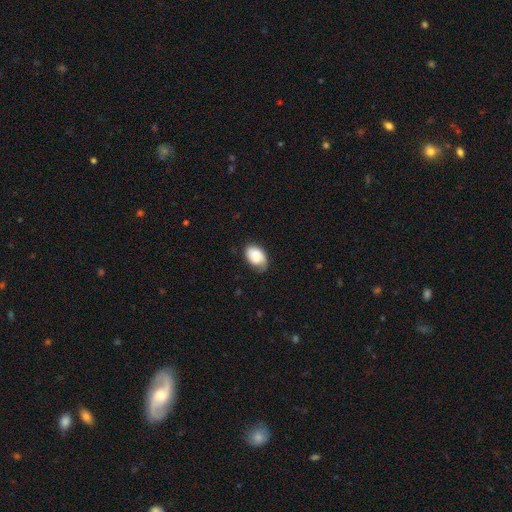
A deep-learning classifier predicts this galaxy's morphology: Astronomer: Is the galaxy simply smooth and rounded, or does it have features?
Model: smooth — 77%.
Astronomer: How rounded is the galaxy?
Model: in between — 89%.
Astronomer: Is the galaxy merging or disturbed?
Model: none — 60%.